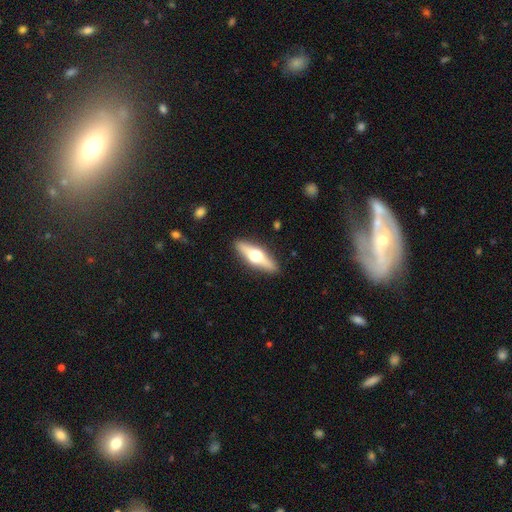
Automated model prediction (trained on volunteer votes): This is likely a featured or disk galaxy (61%). It is clearly viewed edge-on (94%). Edge-on bulge: clearly rounded (96%). Merging: clearly none (90%).